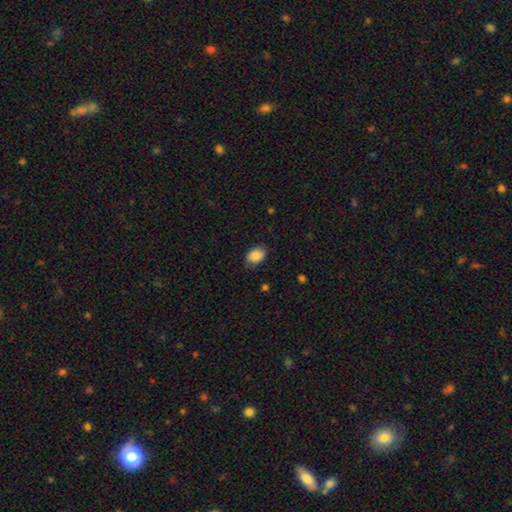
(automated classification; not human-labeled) smooth-or-featured: smooth: 87% | star or artifact: 7% | featured or disk: 6%
  how-rounded: in between: 77% | round: 22% | cigar-shaped: 1%
  merging: none: 76% | minor disturbance: 19% | major disturbance: 4% | merger: 1%